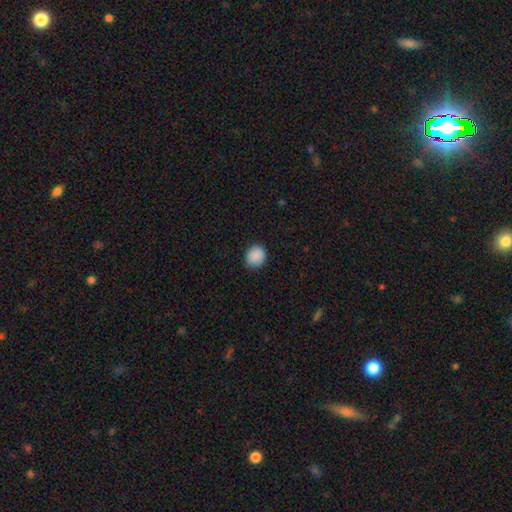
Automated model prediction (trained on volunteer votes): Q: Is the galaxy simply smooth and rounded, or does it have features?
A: smooth — 89%.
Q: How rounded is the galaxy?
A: round — 67%.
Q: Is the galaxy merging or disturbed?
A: none — 87%.